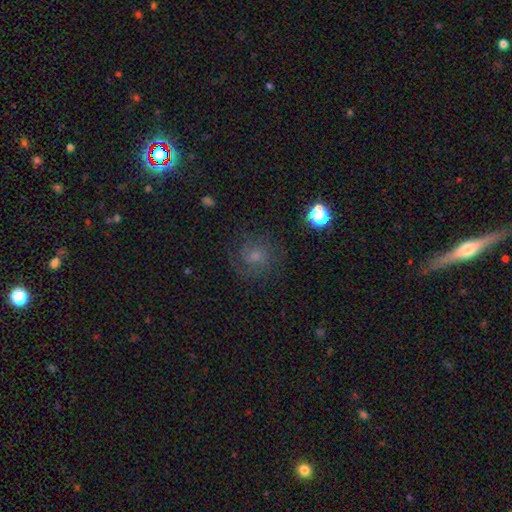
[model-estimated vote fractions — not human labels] Smooth or featured? Predicted: featured or disk (p=0.41). Merging? Predicted: none (p=0.70).